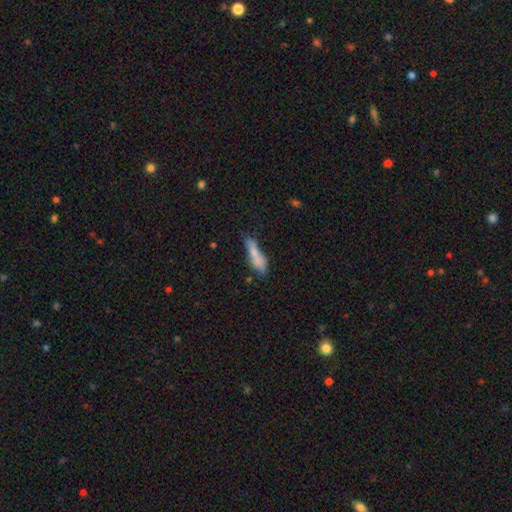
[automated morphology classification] Smooth or featured?
  - smooth: 72% *
  - featured or disk: 20%
  - star or artifact: 8%
How rounded?
  - cigar-shaped: 65% *
  - in between: 33%
  - round: 2%
Merging?
  - none: 50% *
  - minor disturbance: 25%
  - merger: 15%
  - major disturbance: 10%